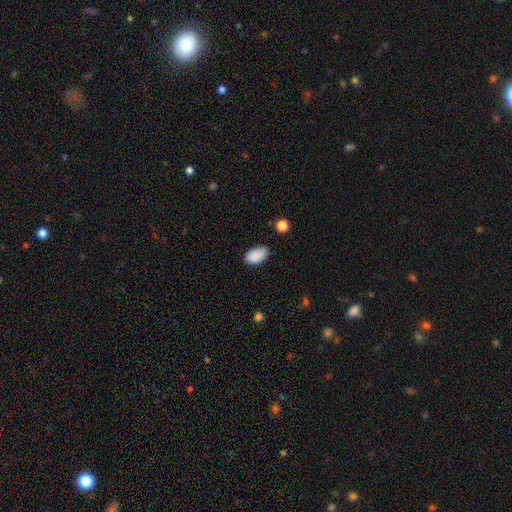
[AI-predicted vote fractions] Smooth or featured? smooth (89%)
How rounded? in between (93%)
Merging? none (77%)